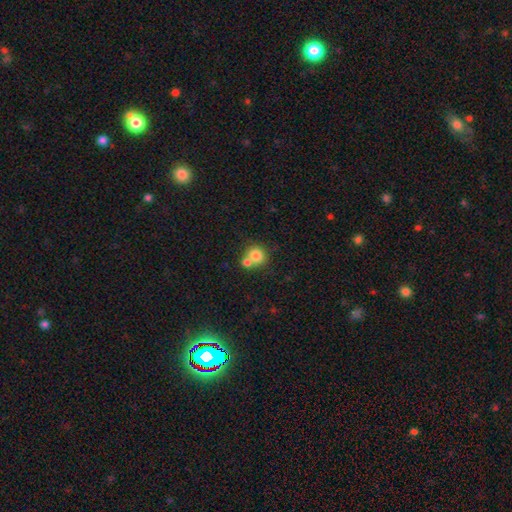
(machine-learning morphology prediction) Smooth or featured?
  - smooth: 79% *
  - featured or disk: 11%
  - star or artifact: 10%
How rounded?
  - round: 77% *
  - in between: 22%
  - cigar-shaped: 1%
Merging?
  - merger: 45% *
  - none: 44%
  - minor disturbance: 8%
  - major disturbance: 3%